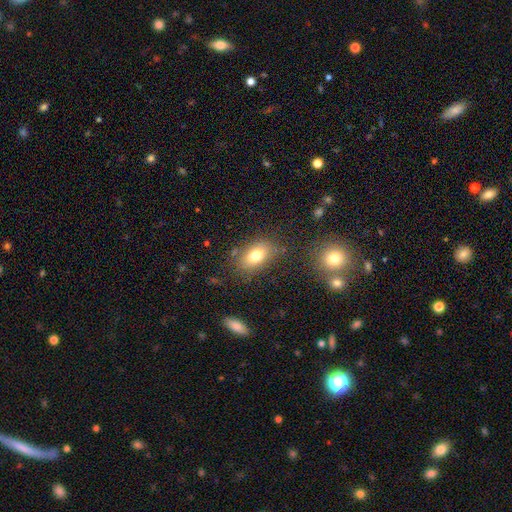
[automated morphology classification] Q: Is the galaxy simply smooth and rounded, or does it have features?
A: smooth — 76%.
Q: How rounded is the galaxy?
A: in between — 85%.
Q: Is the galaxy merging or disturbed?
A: none — 76%.